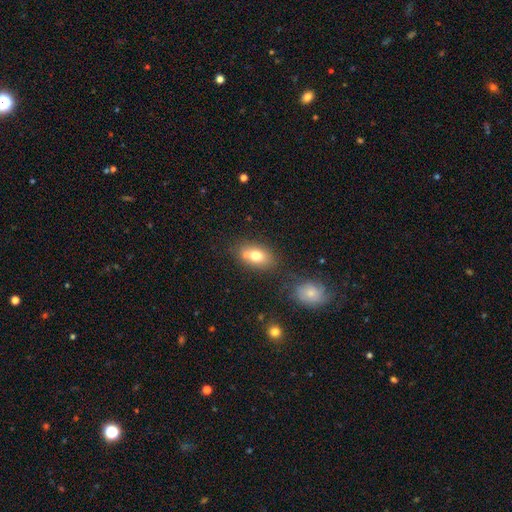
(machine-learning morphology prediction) A smooth galaxy with no disk features (72%) that is in between round and cigar-shaped (72%).

Vote fractions:
- Smooth or featured? smooth: 72% / featured or disk: 18% / star or artifact: 10%
- How rounded? in between: 72% / round: 26% / cigar-shaped: 2%
- Merging? none: 52% / merger: 32% / minor disturbance: 12% / major disturbance: 4%